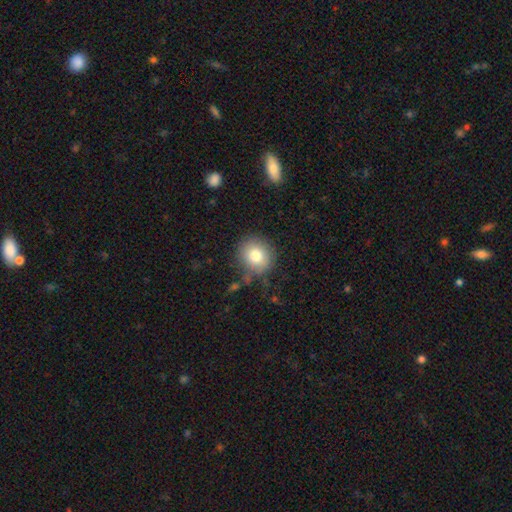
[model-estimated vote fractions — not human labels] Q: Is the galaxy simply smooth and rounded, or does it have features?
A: smooth — 80%.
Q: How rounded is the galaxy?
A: round — 85%.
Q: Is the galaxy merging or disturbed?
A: none — 75%.